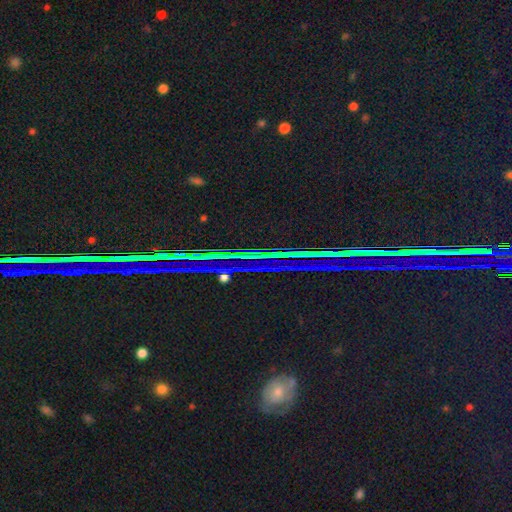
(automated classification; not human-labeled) Smooth or featured: star or artifact — 84% (smooth — 9%)